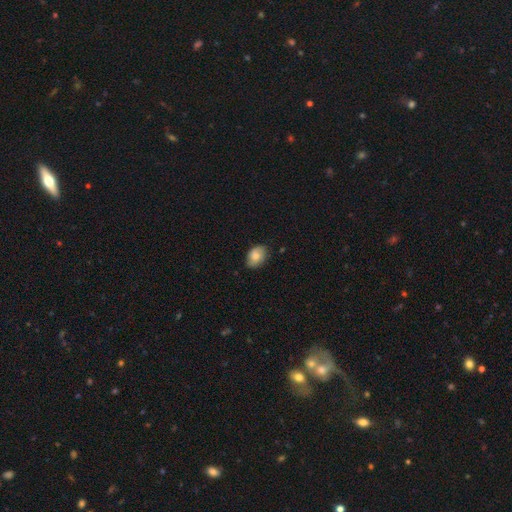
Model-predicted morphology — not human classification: type=smooth (76%); roundness=in between (83%); merging=none (79%).